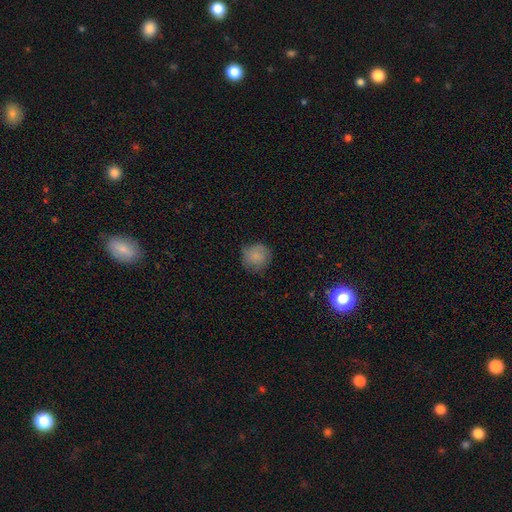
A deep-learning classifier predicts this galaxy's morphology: Overall: smooth (82%). How rounded: round (91%). Merging: none (74%).